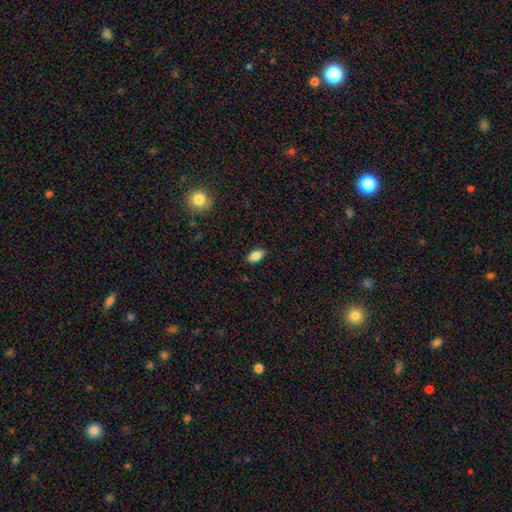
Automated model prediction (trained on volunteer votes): This appears to be a smooth galaxy with no disk features (85%) that is in between round and cigar-shaped (90%). Merging: none (88%).